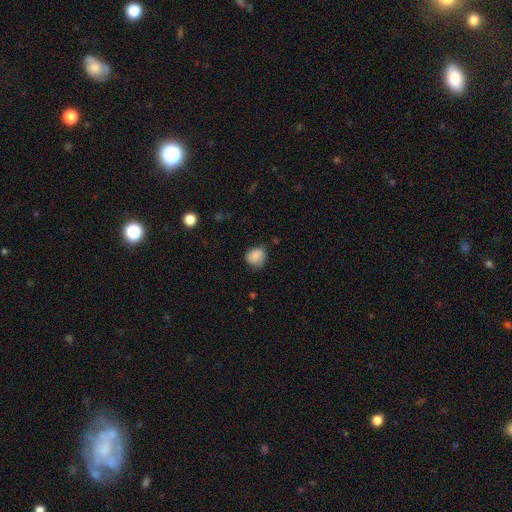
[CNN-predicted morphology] This is clearly a smooth galaxy (85%). How rounded: likely round (67%). Merging: likely none (64%).